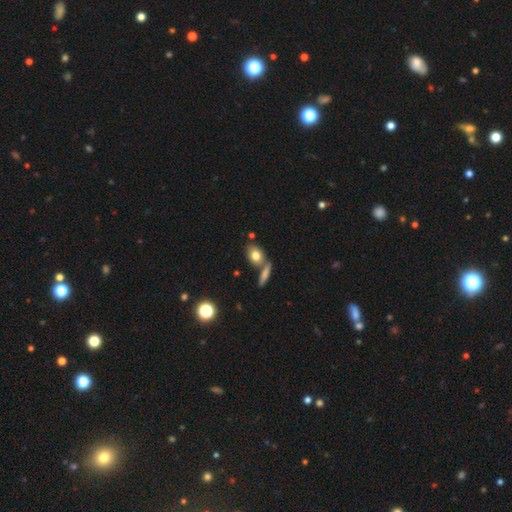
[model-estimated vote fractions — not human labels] A smooth galaxy with no disk features (77%) that is in between round and cigar-shaped (66%). Merging: none (59%).